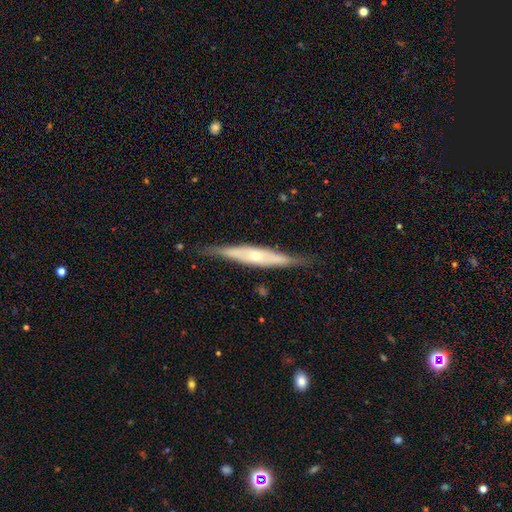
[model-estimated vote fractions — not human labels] featured or disk 67%, smooth 27%, star or artifact 6%. Down the decision tree: edge-on disk — yes (84%); edge-on bulge — rounded (73%); merging — none (79%).